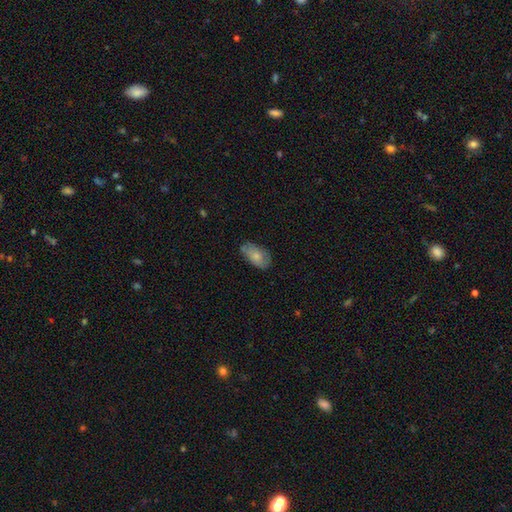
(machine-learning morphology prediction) This appears to be a smooth galaxy with no disk features (74%) that is in between round and cigar-shaped (93%). Merging: none (65%).